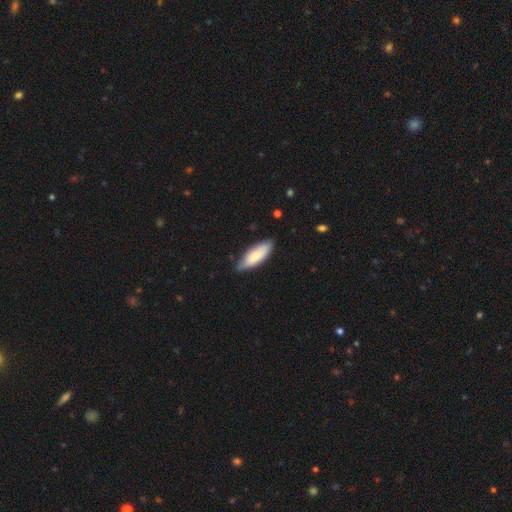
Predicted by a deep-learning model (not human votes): Morphology: type=smooth (78%); roundness=in between (67%); merging=none (78%).